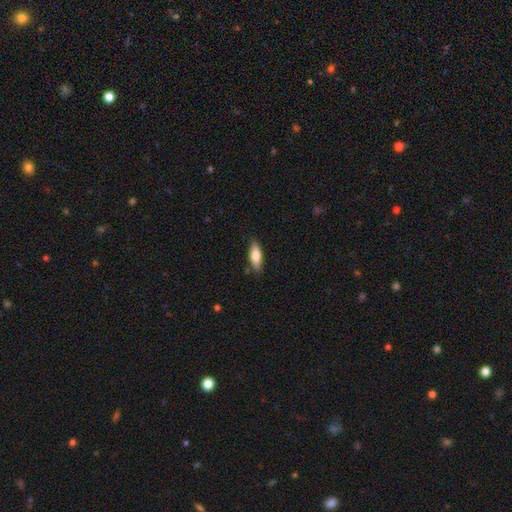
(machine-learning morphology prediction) Smooth or featured? smooth (74%)
How rounded? in between (59%)
Merging? none (83%)